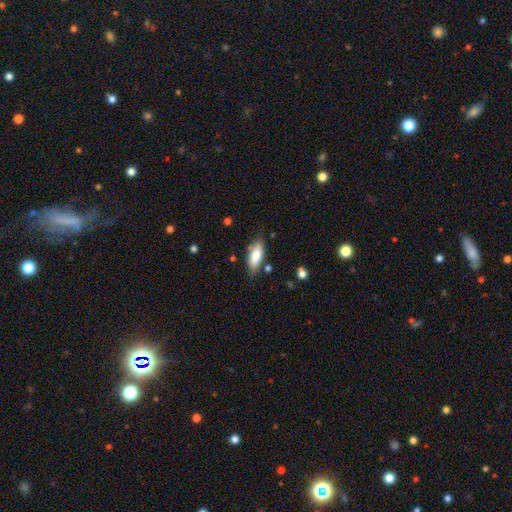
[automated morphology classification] type=smooth (75%); roundness=in between (71%); merging=none (73%).